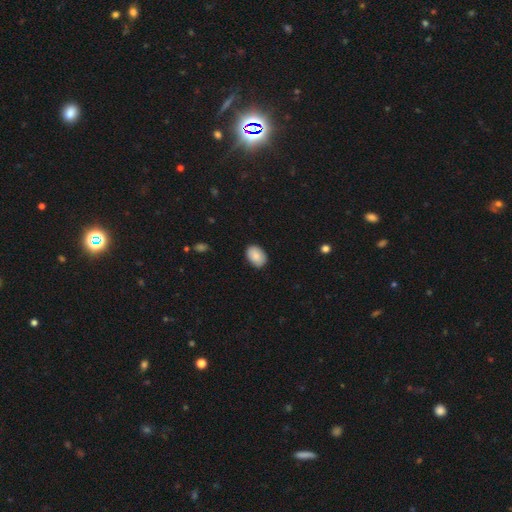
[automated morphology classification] Overall: smooth (88%). How rounded: in between (83%). Merging: none (86%).